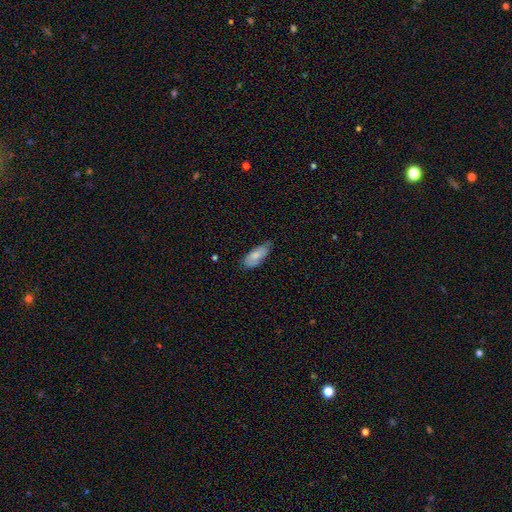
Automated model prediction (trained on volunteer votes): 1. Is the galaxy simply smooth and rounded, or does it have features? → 75% smooth, 19% featured or disk, 6% star or artifact.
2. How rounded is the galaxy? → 79% in between, 19% cigar-shaped, 2% round.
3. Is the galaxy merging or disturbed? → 60% none, 32% minor disturbance, 6% major disturbance, 2% merger.